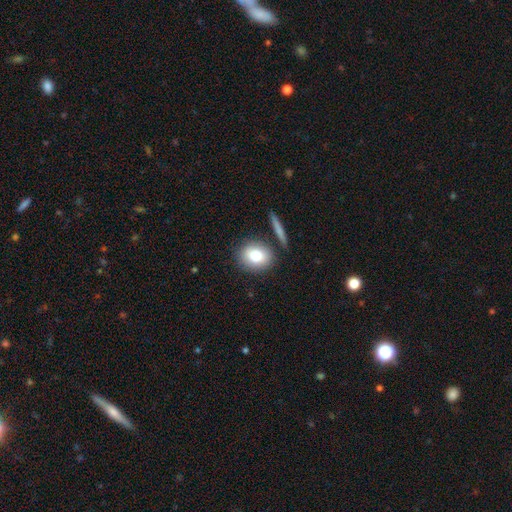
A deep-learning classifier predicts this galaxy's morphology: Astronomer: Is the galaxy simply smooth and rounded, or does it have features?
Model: smooth — 79%.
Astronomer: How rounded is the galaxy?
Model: round — 57% (runner-up: in between, 41%).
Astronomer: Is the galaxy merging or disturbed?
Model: none — 77%.